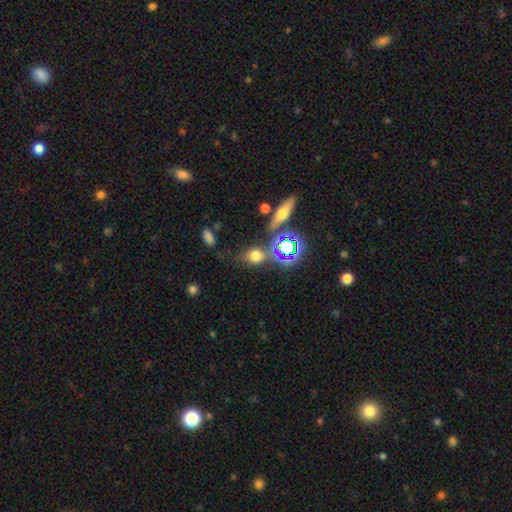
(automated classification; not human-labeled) smooth 61%, star or artifact 25%, featured or disk 14%. Down the decision tree: how rounded — round (52%); merging — none (65%).